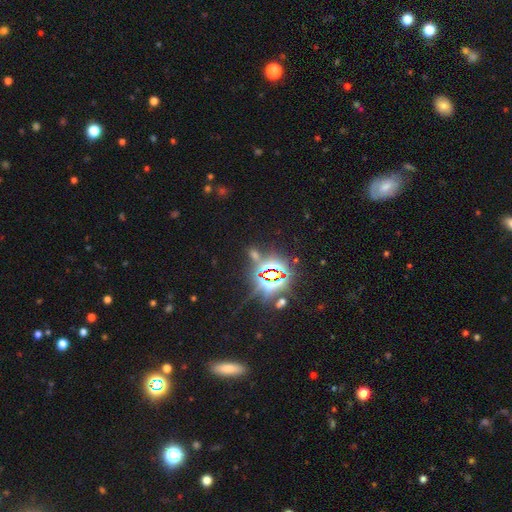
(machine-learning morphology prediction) A star or artifact, not a galaxy (80%).